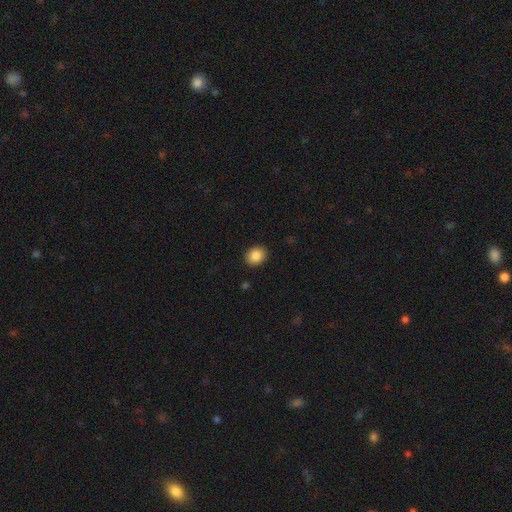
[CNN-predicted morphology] This appears to be a smooth galaxy with no disk features (88%) that is round (62%). Merging: none (91%).